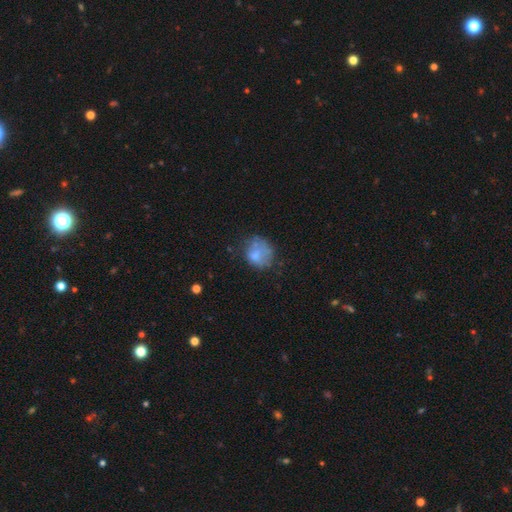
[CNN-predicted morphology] Q: Smooth or featured?
A: smooth (61%); runner-up: featured or disk (26%)
Q: How rounded?
A: round (66%); runner-up: in between (33%)
Q: Merging?
A: none (48%); runner-up: minor disturbance (27%)